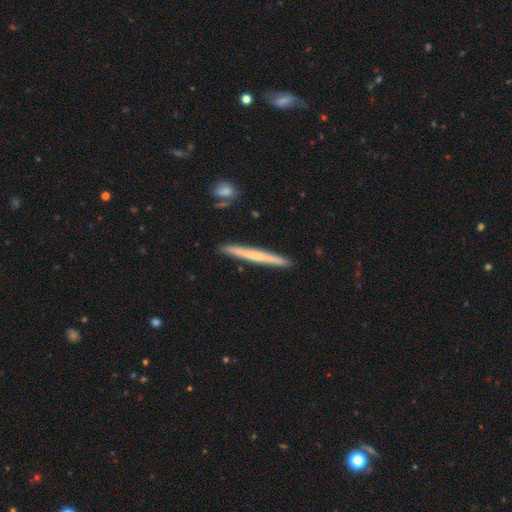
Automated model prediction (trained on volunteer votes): Q: Smooth or featured?
A: smooth (52%); runner-up: featured or disk (42%)
Q: How rounded?
A: cigar-shaped (97%); runner-up: in between (2%)
Q: Merging?
A: none (91%); runner-up: minor disturbance (7%)